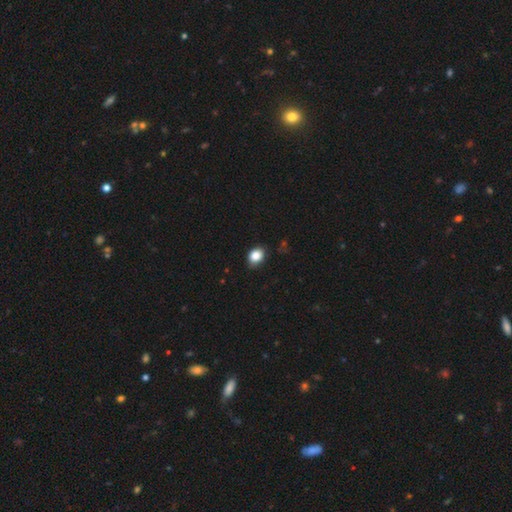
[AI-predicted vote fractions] This is clearly a smooth galaxy (86%). How rounded: likely in between (62%). Merging: clearly none (81%).